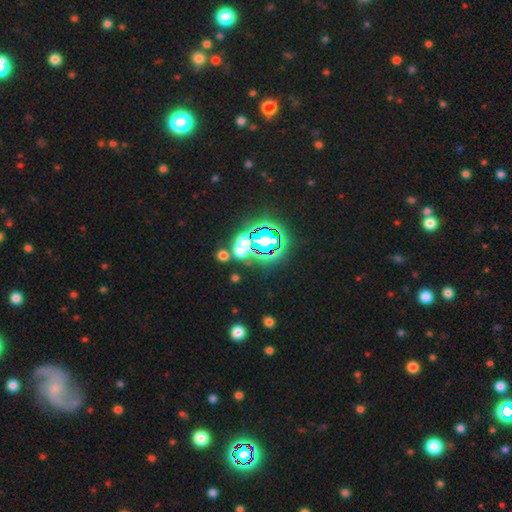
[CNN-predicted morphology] star or artifact 80%, smooth 12%, featured or disk 8%.